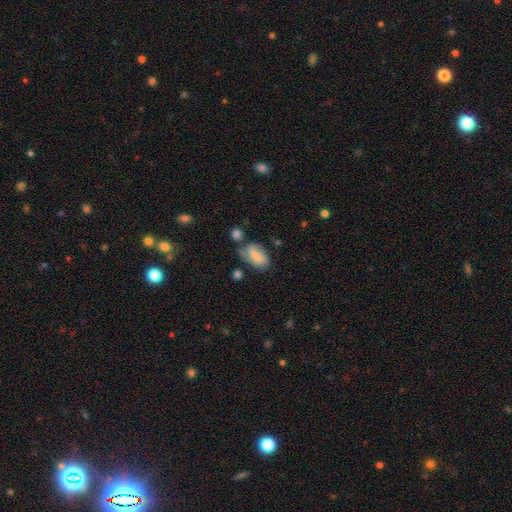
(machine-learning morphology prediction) smooth_or_featured: smooth (p=0.67) [alt: featured or disk p=0.25]
how_rounded: in between (p=0.92) [alt: round p=0.06]
merging: none (p=0.42) [alt: minor disturbance p=0.29]